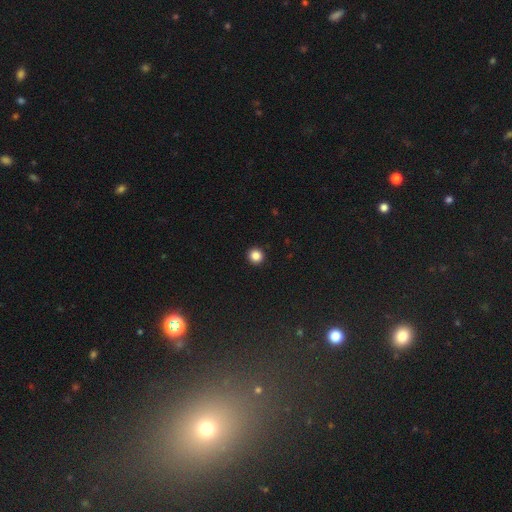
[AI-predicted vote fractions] A smooth galaxy with no disk features (86%) that is round (94%). Merging: none (94%).